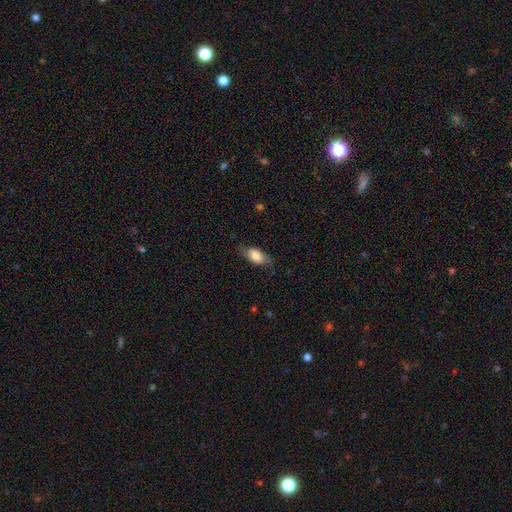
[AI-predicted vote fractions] Smooth or featured: smooth — 74% (featured or disk — 19%)
How rounded: in between — 84% (cigar-shaped — 11%)
Merging: none — 73% (minor disturbance — 20%)